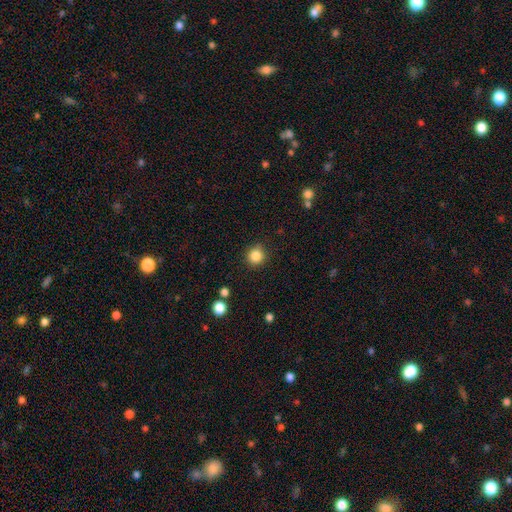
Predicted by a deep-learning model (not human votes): This appears to be a smooth galaxy with no disk features (85%) that is round (91%). Merging: none (89%).